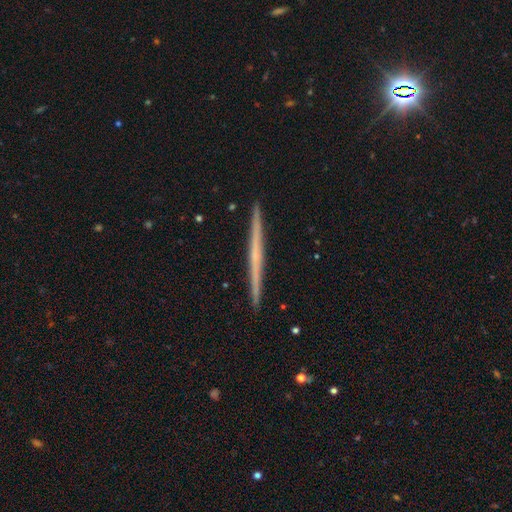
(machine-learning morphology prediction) smooth-or-featured: featured or disk: 61% | smooth: 33% | star or artifact: 6%
  disk-edge-on: yes: 98% | no: 2%
    edge-on-bulge: none: 85% | rounded: 12% | boxy: 4%
  merging: none: 93% | minor disturbance: 5% | major disturbance: 1% | merger: 1%